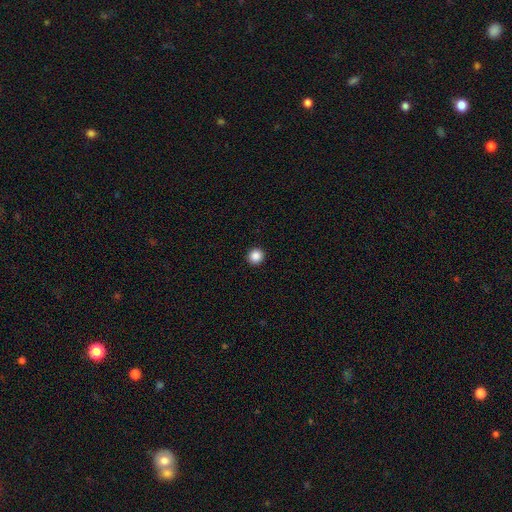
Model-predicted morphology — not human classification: Q: Smooth or featured?
A: smooth (87%); runner-up: star or artifact (10%)
Q: How rounded?
A: round (95%); runner-up: in between (4%)
Q: Merging?
A: none (94%); runner-up: minor disturbance (4%)